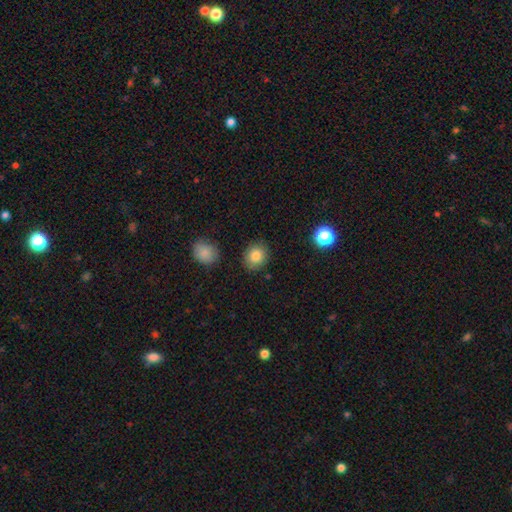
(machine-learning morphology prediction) type=smooth (84%); roundness=round (73%); merging=none (86%).